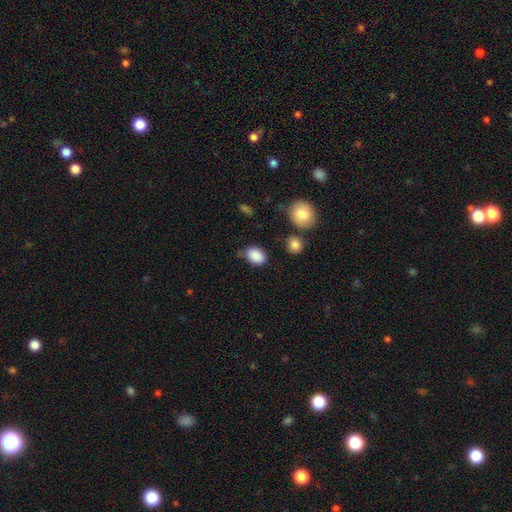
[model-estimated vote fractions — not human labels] Smooth or featured? smooth (88%)
How rounded? in between (77%)
Merging? none (68%)